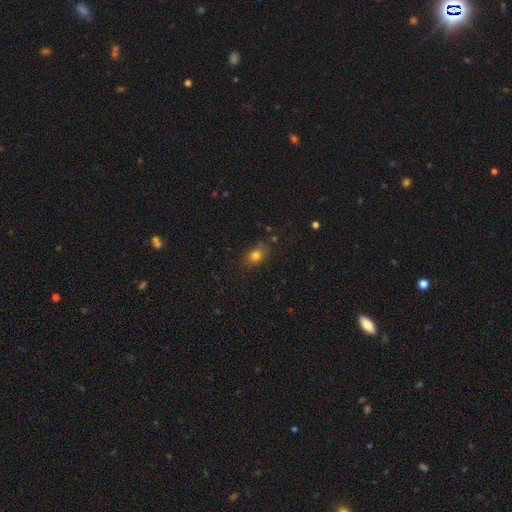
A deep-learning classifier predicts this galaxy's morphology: Smooth or featured?
  - smooth: 79% *
  - star or artifact: 13%
  - featured or disk: 9%
How rounded?
  - in between: 63% *
  - round: 35%
  - cigar-shaped: 2%
Merging?
  - none: 76% *
  - minor disturbance: 18%
  - major disturbance: 4%
  - merger: 2%